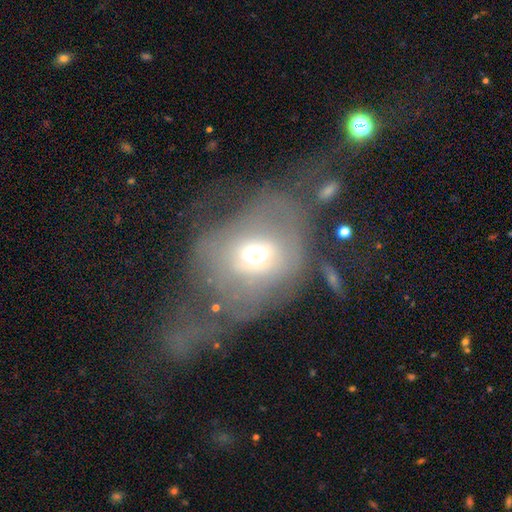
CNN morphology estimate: type=smooth (45%); merging=major disturbance (57%).